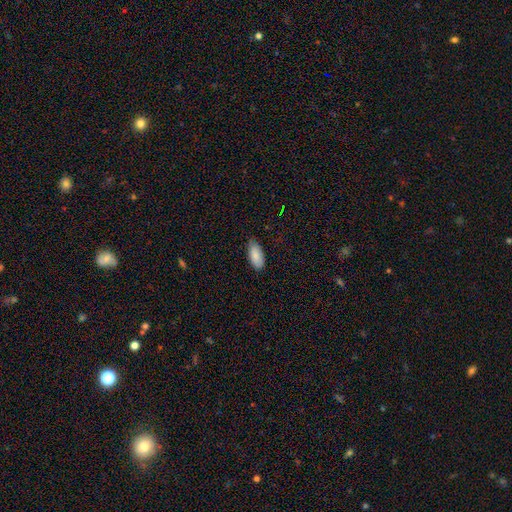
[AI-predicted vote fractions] This appears to be a smooth galaxy with no disk features (87%) that is in between round and cigar-shaped (90%). Merging: none (79%).